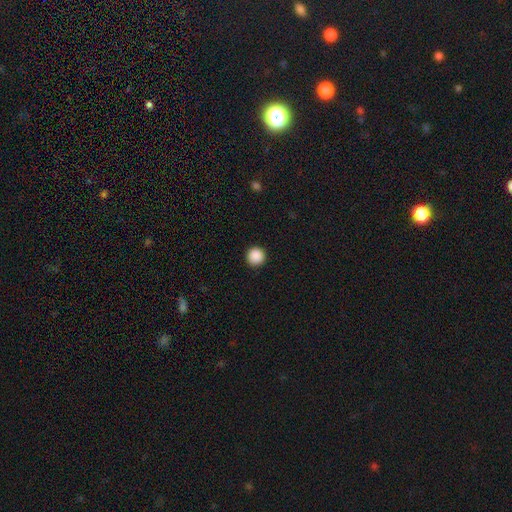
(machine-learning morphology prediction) Smooth or featured? Predicted: smooth (p=0.89). How rounded? Predicted: round (p=0.96). Merging? Predicted: none (p=0.93).